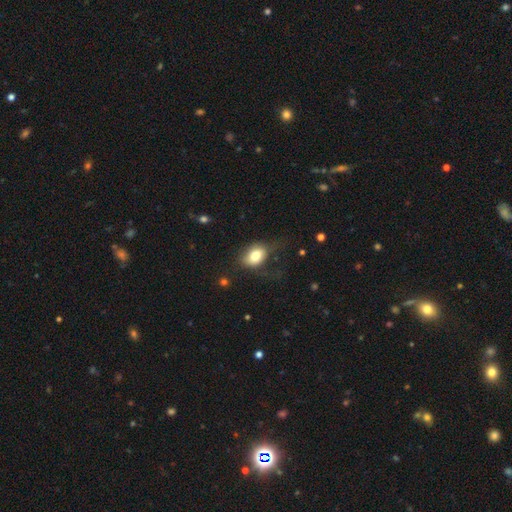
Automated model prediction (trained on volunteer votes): A smooth galaxy with no disk features (79%) that is in between round and cigar-shaped (76%).

Vote fractions:
- Smooth or featured? smooth: 79% / featured or disk: 13% / star or artifact: 9%
- How rounded? in between: 76% / round: 22% / cigar-shaped: 1%
- Merging? none: 53% / minor disturbance: 26% / major disturbance: 19% / merger: 2%